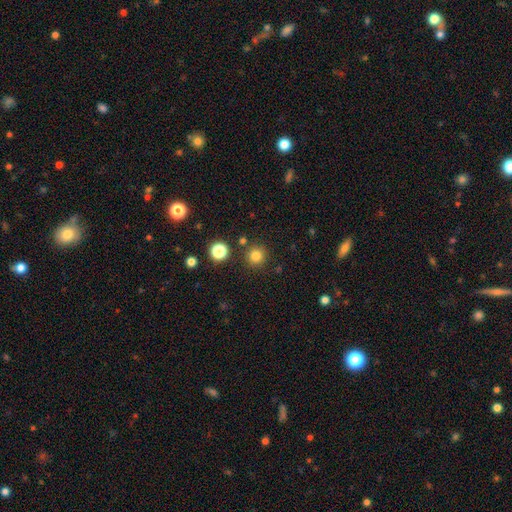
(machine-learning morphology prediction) Smooth or featured? smooth (81%)
How rounded? round (95%)
Merging? none (87%)